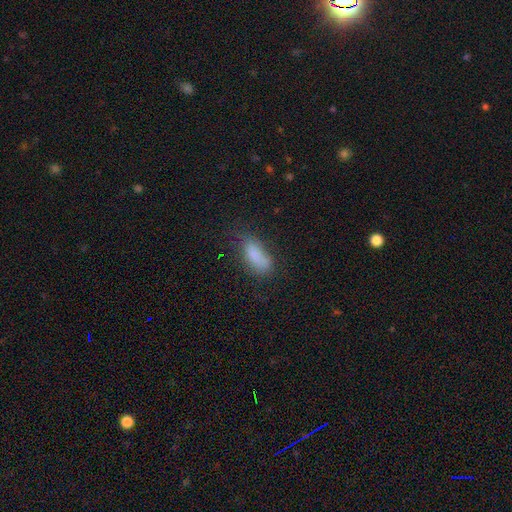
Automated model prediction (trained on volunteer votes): A smooth galaxy with no disk features (80%) that is in between round and cigar-shaped (79%).

Vote fractions:
- Smooth or featured? smooth: 80% / featured or disk: 10% / star or artifact: 10%
- How rounded? in between: 79% / cigar-shaped: 18% / round: 3%
- Merging? none: 54% / minor disturbance: 28% / major disturbance: 14% / merger: 4%